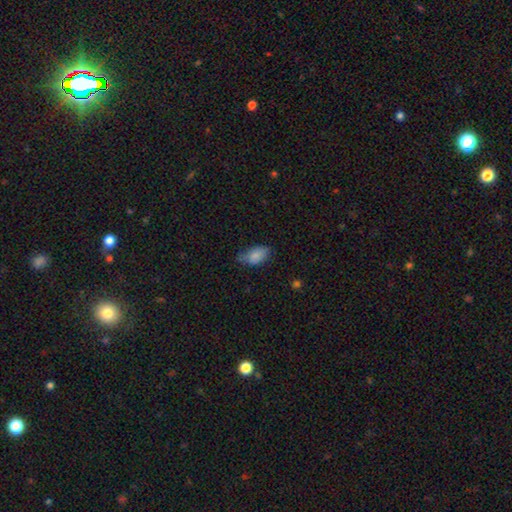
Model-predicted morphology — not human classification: smooth-or-featured: smooth: 85% | featured or disk: 8% | star or artifact: 7%
  how-rounded: in between: 93% | round: 5% | cigar-shaped: 2%
  merging: none: 57% | minor disturbance: 33% | major disturbance: 8% | merger: 2%